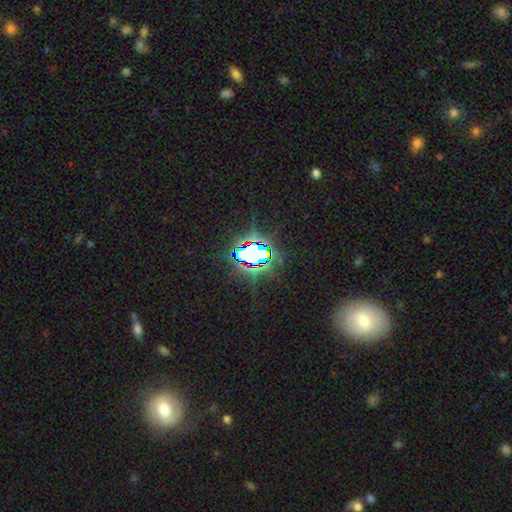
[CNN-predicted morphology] smooth-or-featured: star or artifact: 76% | smooth: 13% | featured or disk: 11%